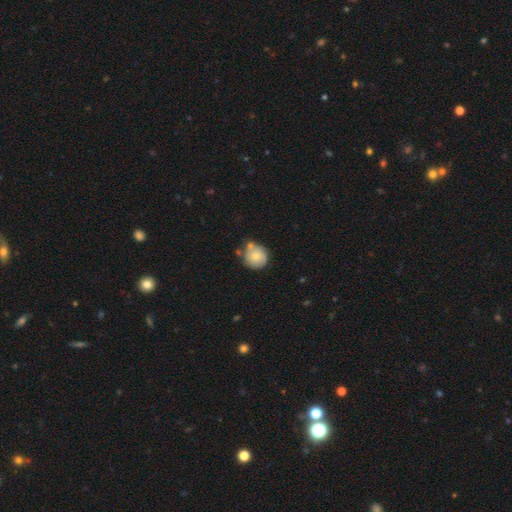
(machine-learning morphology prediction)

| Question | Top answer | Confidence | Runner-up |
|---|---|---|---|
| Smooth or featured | smooth | 67% | featured or disk (25%) |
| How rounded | round | 89% | in between (10%) |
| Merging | none | 61% | minor disturbance (21%) |